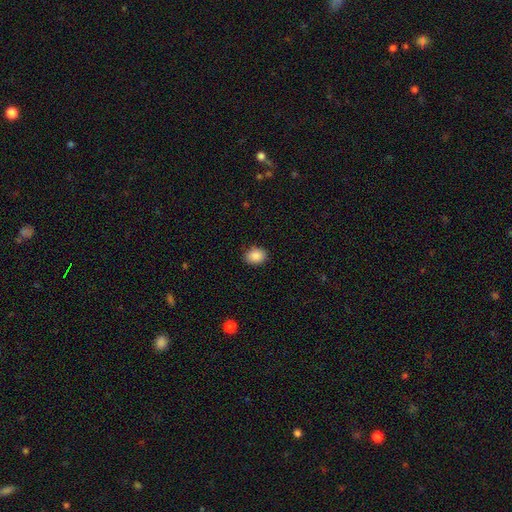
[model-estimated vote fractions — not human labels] Smooth or featured? Predicted: smooth (p=0.89). How rounded? Predicted: in between (p=0.59). Merging? Predicted: none (p=0.86).